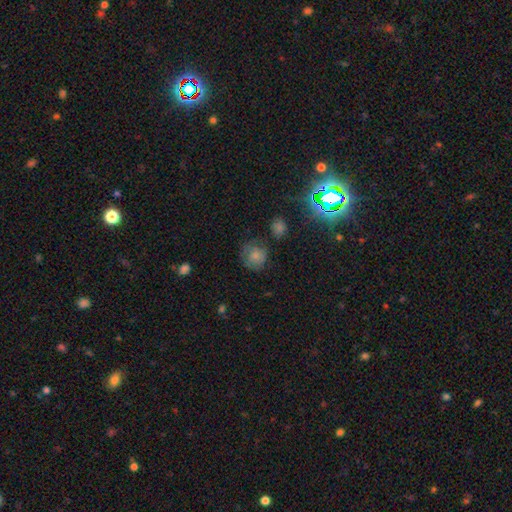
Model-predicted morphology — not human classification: Smooth or featured?
  - smooth: 68% *
  - featured or disk: 18%
  - star or artifact: 14%
How rounded?
  - round: 84% *
  - in between: 15%
  - cigar-shaped: 1%
Merging?
  - none: 60% *
  - minor disturbance: 24%
  - major disturbance: 12%
  - merger: 4%